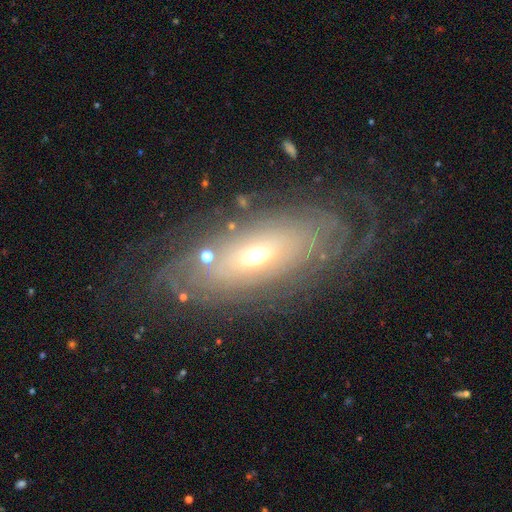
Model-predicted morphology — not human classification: This is likely a featured or disk galaxy (79%). It is clearly not viewed edge-on (86%). Bar: likely no (73%). Spiral arm pattern: clearly yes (81%). Spiral arm count: possibly can't tell (59%). Spiral winding: likely tight (76%). Central bulge: possibly moderate (52%). Merging: likely none (72%).